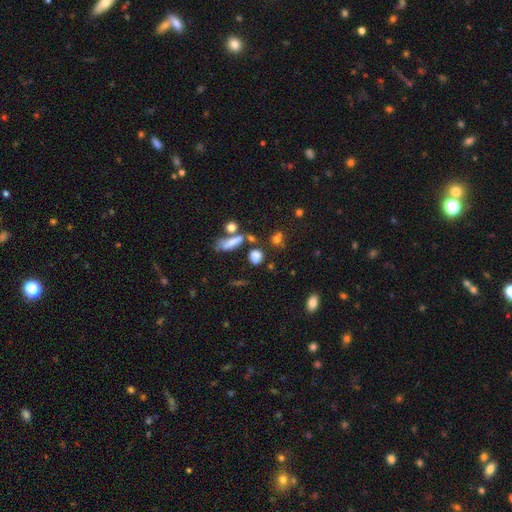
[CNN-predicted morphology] smooth 73%, star or artifact 16%, featured or disk 11%. Down the decision tree: how rounded — round (54%); merging — none (60%).